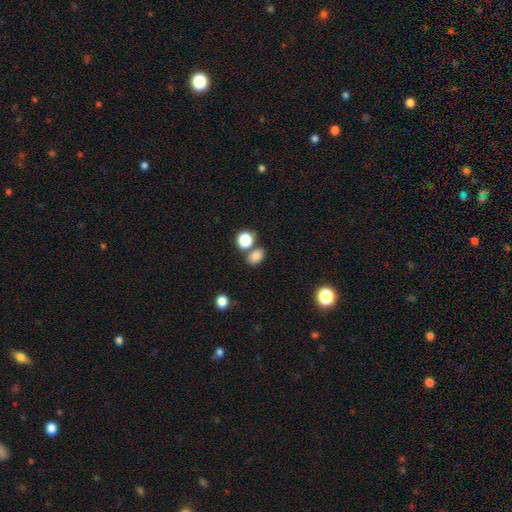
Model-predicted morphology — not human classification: Smooth or featured? Predicted: smooth (p=0.82). How rounded? Predicted: in between (p=0.69). Merging? Predicted: none (p=0.63).